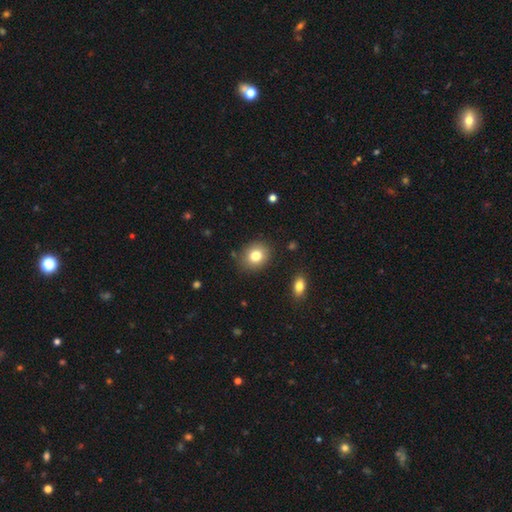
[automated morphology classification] smooth-or-featured: smooth: 80% | star or artifact: 11% | featured or disk: 10%
  how-rounded: round: 66% | in between: 33% | cigar-shaped: 1%
  merging: none: 86% | minor disturbance: 10% | major disturbance: 3% | merger: 2%